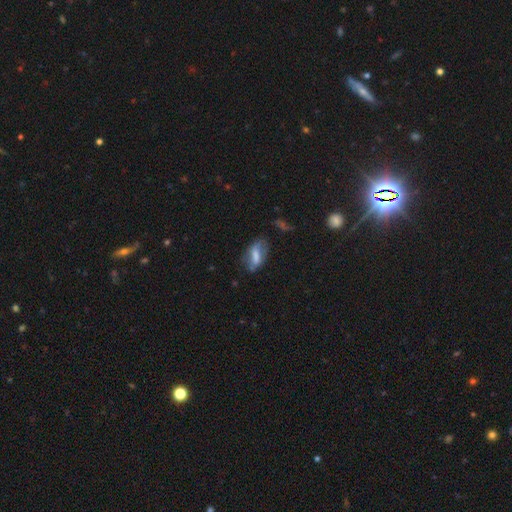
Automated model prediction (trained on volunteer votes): The model was most divided on "smooth or featured": smooth: 56%, featured or disk: 34%, star or artifact: 9%. More confident: how rounded — in between (79%); merging — none (53%).